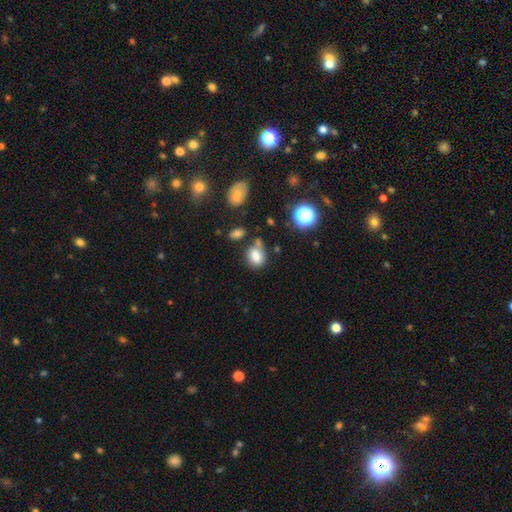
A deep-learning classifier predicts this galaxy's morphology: The model was most divided on "how rounded": in between: 58%, round: 40%, cigar-shaped: 1%. More confident: smooth or featured — smooth (78%); merging — none (53%).